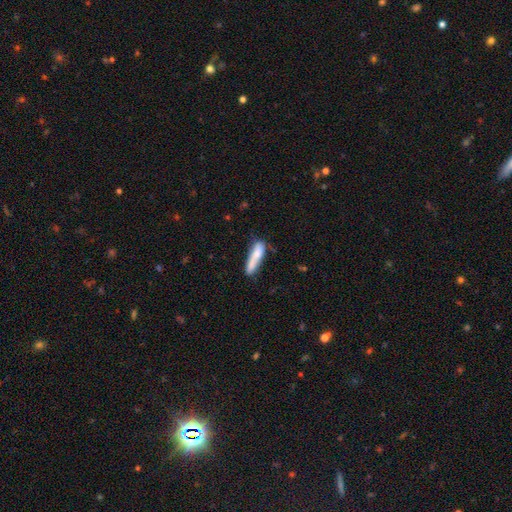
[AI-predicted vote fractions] Q: Smooth or featured?
A: smooth (74%); runner-up: featured or disk (19%)
Q: How rounded?
A: cigar-shaped (70%); runner-up: in between (28%)
Q: Merging?
A: none (50%); runner-up: minor disturbance (26%)